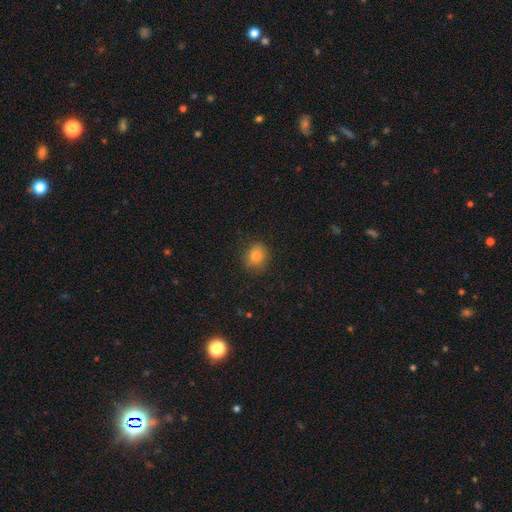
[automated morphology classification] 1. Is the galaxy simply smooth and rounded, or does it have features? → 82% smooth, 12% star or artifact, 6% featured or disk.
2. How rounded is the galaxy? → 53% round, 46% in between, 1% cigar-shaped.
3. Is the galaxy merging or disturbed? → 82% none, 13% minor disturbance, 3% major disturbance, 1% merger.